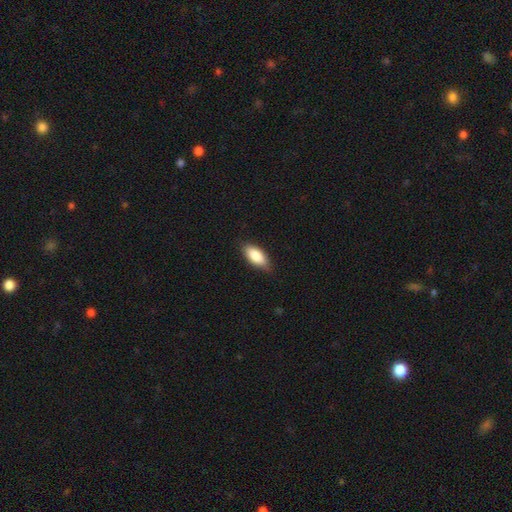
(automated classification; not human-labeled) Smooth or featured?
  - smooth: 85% *
  - featured or disk: 9%
  - star or artifact: 6%
How rounded?
  - in between: 87% *
  - cigar-shaped: 10%
  - round: 2%
Merging?
  - none: 80% *
  - minor disturbance: 17%
  - major disturbance: 3%
  - merger: 1%